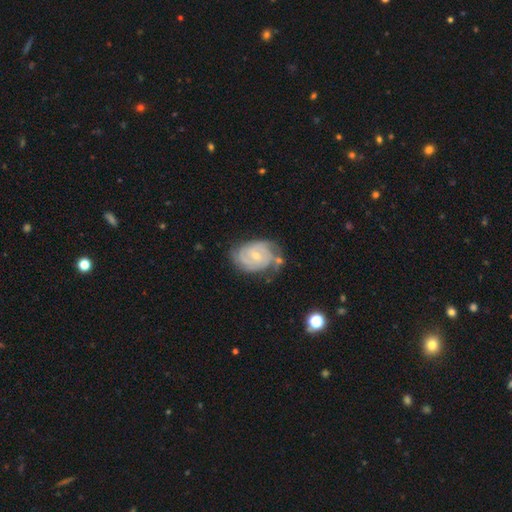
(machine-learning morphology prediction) type=featured or disk (86%); edge-on=no (98%); bar=no (56%); spiral arms=yes (97%); winding=tight (69%); arm count=2 (37%); bulge=small (61%); merging=none (58%).